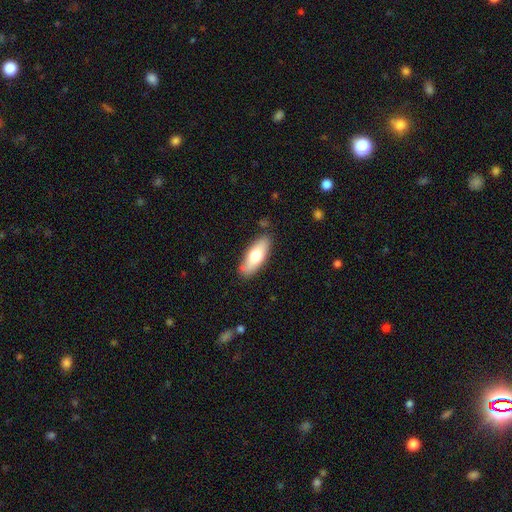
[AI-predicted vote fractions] smooth 69%, featured or disk 26%, star or artifact 6%. Down the decision tree: how rounded — in between (70%); merging — none (84%).